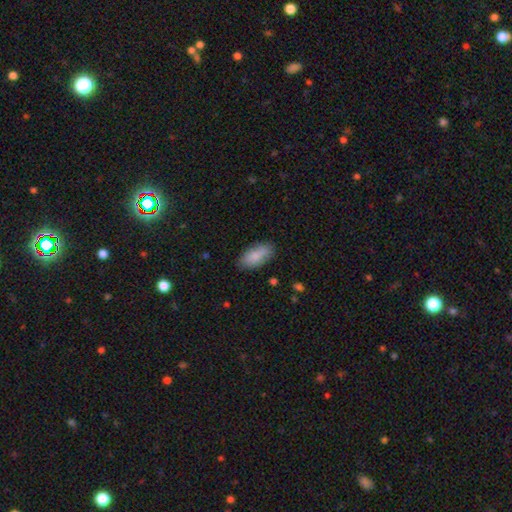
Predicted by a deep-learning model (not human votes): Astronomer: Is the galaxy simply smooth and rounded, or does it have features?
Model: smooth — 85%.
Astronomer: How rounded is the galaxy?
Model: in between — 91%.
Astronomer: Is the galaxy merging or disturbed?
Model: none — 79%.